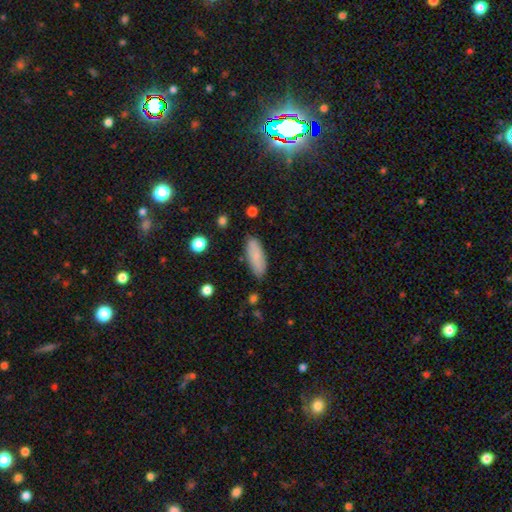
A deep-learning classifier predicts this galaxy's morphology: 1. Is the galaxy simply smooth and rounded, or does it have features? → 81% smooth, 12% featured or disk, 7% star or artifact.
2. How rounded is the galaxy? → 69% in between, 29% cigar-shaped, 2% round.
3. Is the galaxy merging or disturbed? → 84% none, 11% minor disturbance, 2% major disturbance, 2% merger.